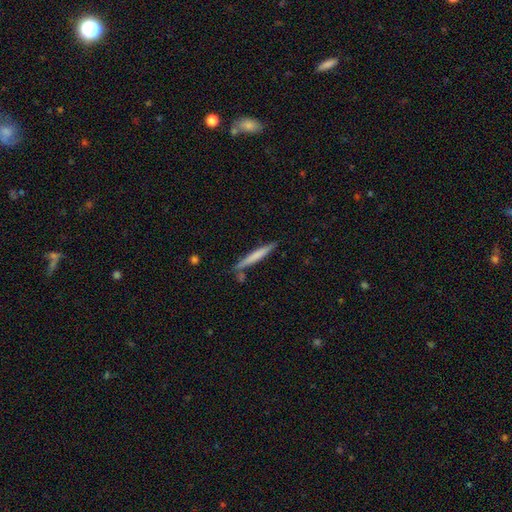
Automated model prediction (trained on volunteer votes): Overall: smooth (61%; featured or disk 34%). How rounded: cigar-shaped (96%). Merging: none (81%).